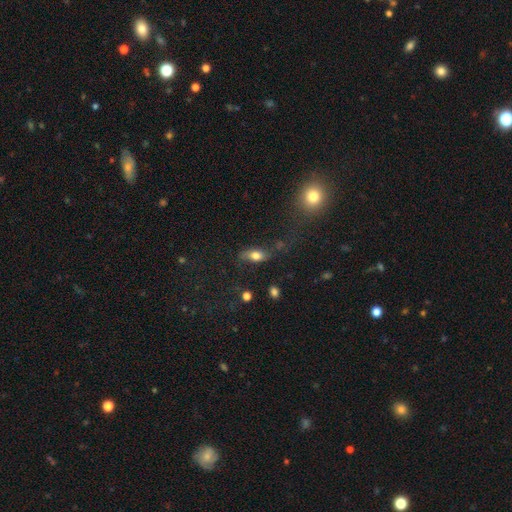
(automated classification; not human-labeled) Morphology: type=smooth (69%); roundness=in between (79%); merging=none (62%).